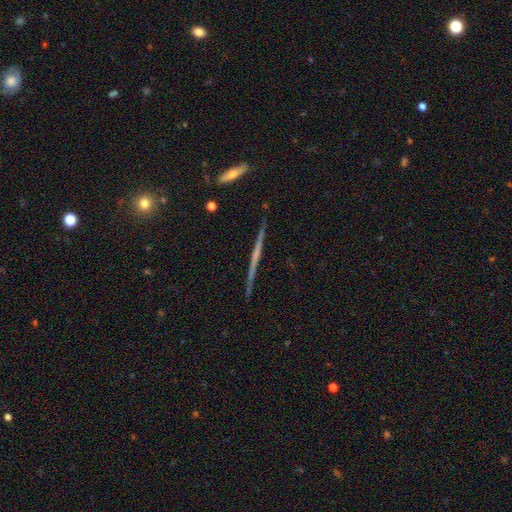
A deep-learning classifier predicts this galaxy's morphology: Q: Smooth or featured?
A: featured or disk (68%); runner-up: smooth (24%)
Q: Edge-on disk?
A: yes (98%); runner-up: no (2%)
Q: Edge-on bulge?
A: none (79%); runner-up: rounded (15%)
Q: Merging?
A: none (91%); runner-up: minor disturbance (7%)